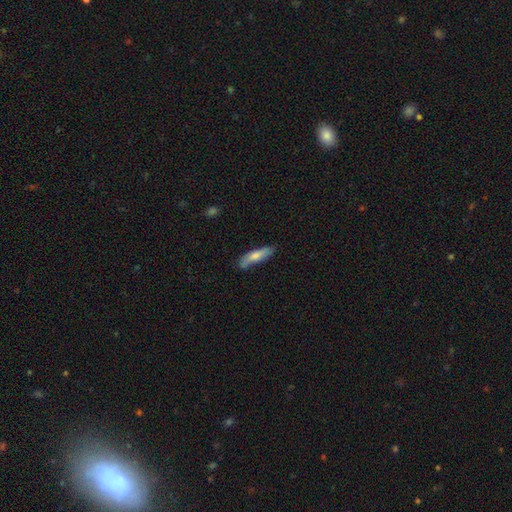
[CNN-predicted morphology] smooth_or_featured: smooth (p=0.70) [alt: featured or disk p=0.24]
how_rounded: cigar-shaped (p=0.71) [alt: in between p=0.28]
merging: none (p=0.71) [alt: minor disturbance p=0.22]